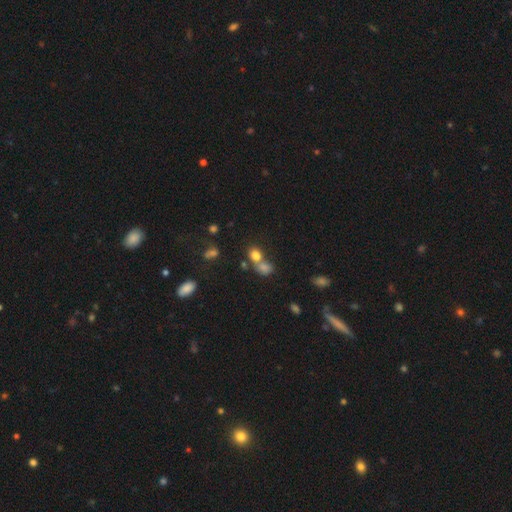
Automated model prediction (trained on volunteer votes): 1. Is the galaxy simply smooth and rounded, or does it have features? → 77% smooth, 14% star or artifact, 9% featured or disk.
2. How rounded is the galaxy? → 64% round, 35% in between, 2% cigar-shaped.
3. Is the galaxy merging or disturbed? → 45% merger, 41% none, 9% minor disturbance, 5% major disturbance.